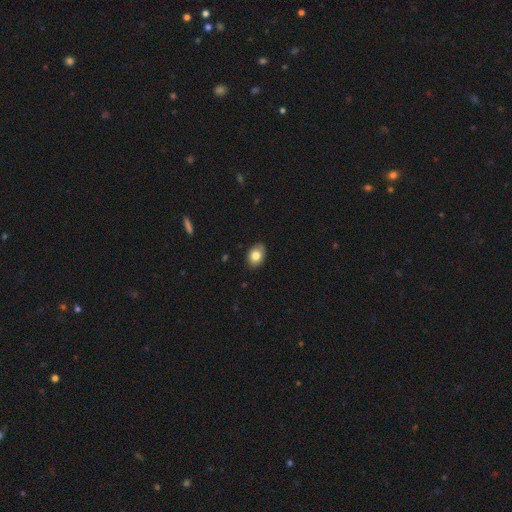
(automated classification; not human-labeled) Overall: smooth (82%). How rounded: in between (76%). Merging: none (84%).